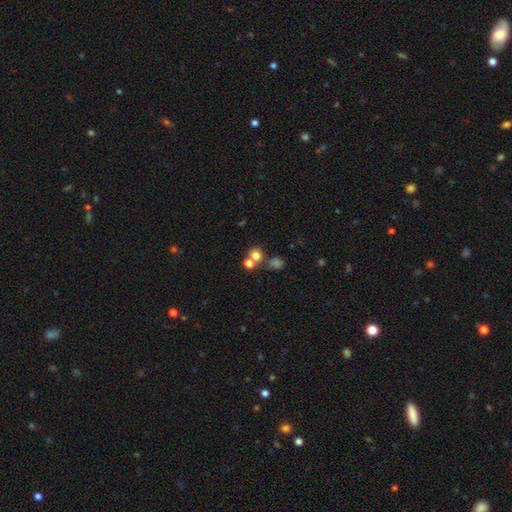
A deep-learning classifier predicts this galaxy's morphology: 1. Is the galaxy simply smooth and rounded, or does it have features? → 72% smooth, 18% star or artifact, 10% featured or disk.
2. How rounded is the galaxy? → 81% round, 18% in between, 1% cigar-shaped.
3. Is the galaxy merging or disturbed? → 53% none, 36% merger, 8% minor disturbance, 4% major disturbance.